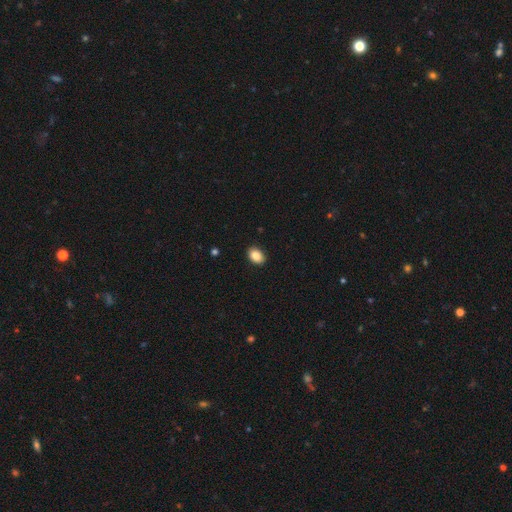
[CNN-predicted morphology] This appears to be a smooth galaxy with no disk features (87%) that is in between round and cigar-shaped (78%). Merging: none (90%).